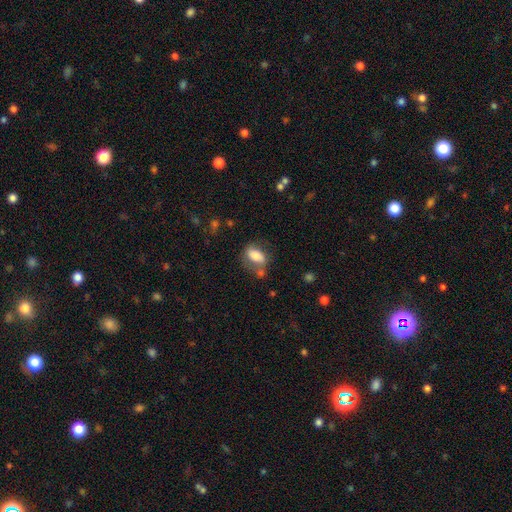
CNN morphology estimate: Q: Smooth or featured?
A: smooth (72%); runner-up: featured or disk (21%)
Q: How rounded?
A: in between (87%); runner-up: round (9%)
Q: Merging?
A: none (51%); runner-up: minor disturbance (24%)